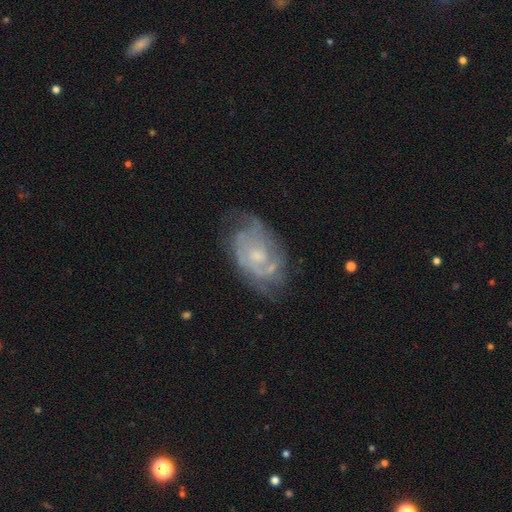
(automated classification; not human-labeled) Smooth or featured? Predicted: featured or disk (p=0.78). Edge-on disk? Predicted: no (p=0.96). Bar? Predicted: no (p=0.69). Spiral arms? Predicted: yes (p=0.83). Spiral winding? Predicted: tight (p=0.51). Spiral arm count? Predicted: can't tell (p=0.39). Bulge size? Predicted: small (p=0.48). Merging? Predicted: none (p=0.61).